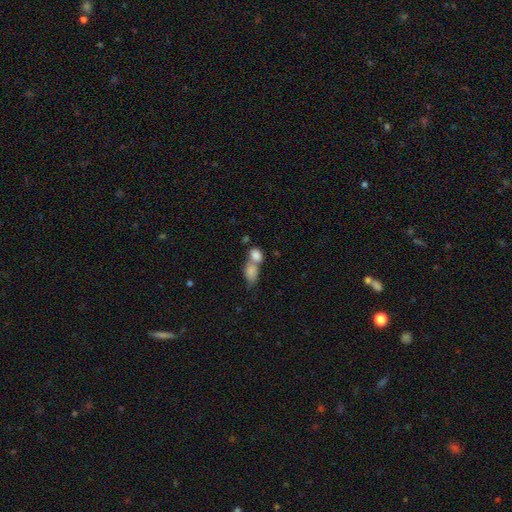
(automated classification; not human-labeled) A smooth galaxy with no disk features (82%) that is in between round and cigar-shaped (70%). Merging: merger (69%).